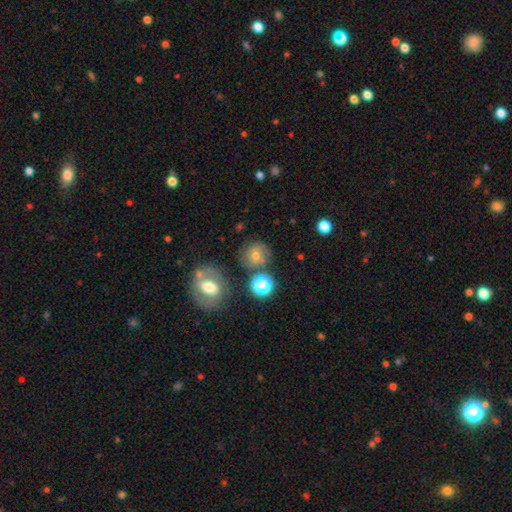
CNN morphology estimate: smooth_or_featured: smooth (p=0.55) [alt: featured or disk p=0.27]
how_rounded: round (p=0.80) [alt: in between p=0.19]
merging: none (p=0.71) [alt: minor disturbance p=0.14]